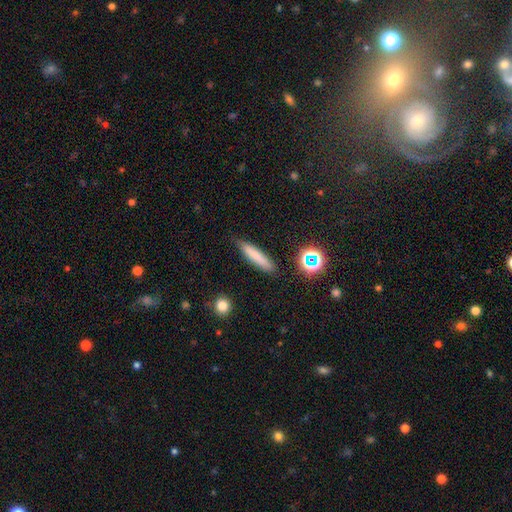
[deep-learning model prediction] Morphology: type=smooth (78%); roundness=cigar-shaped (86%); merging=none (85%).